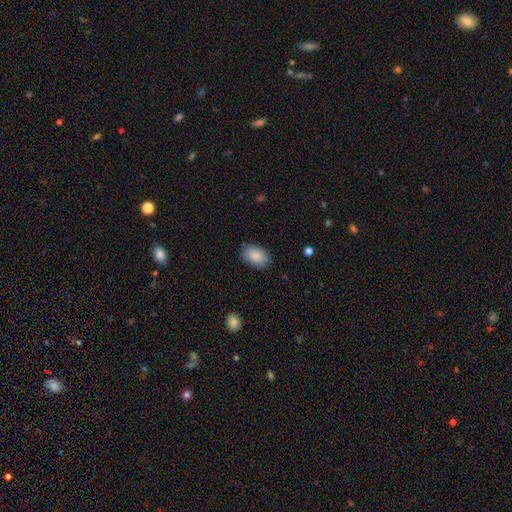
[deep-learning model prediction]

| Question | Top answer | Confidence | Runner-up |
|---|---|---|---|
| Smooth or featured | smooth | 88% | star or artifact (7%) |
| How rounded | in between | 87% | round (11%) |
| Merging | none | 84% | minor disturbance (12%) |